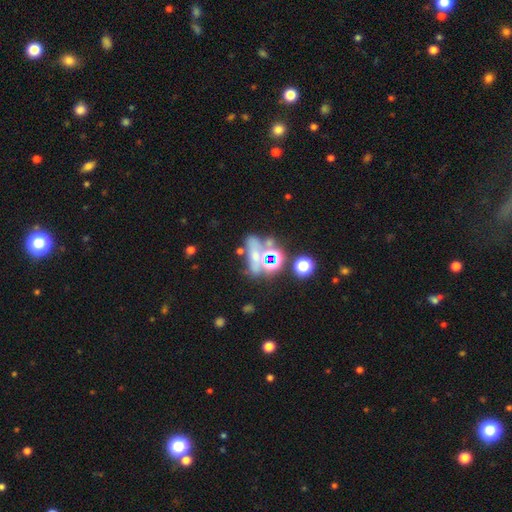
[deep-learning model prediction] Smooth or featured: star or artifact — 40% (smooth — 39%)